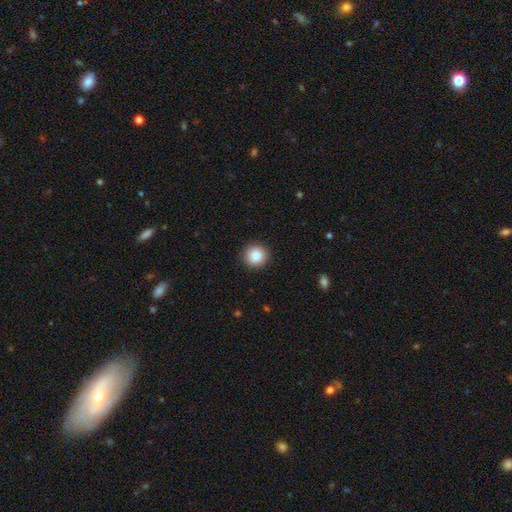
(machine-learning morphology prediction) smooth_or_featured: smooth (p=0.84) [alt: star or artifact p=0.09]
how_rounded: round (p=0.94) [alt: in between p=0.05]
merging: none (p=0.92) [alt: minor disturbance p=0.05]